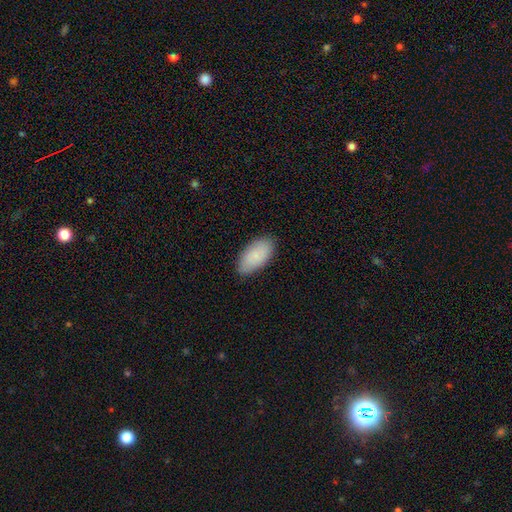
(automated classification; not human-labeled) This is clearly a smooth galaxy (87%). How rounded: clearly in between (94%). Merging: clearly none (85%).